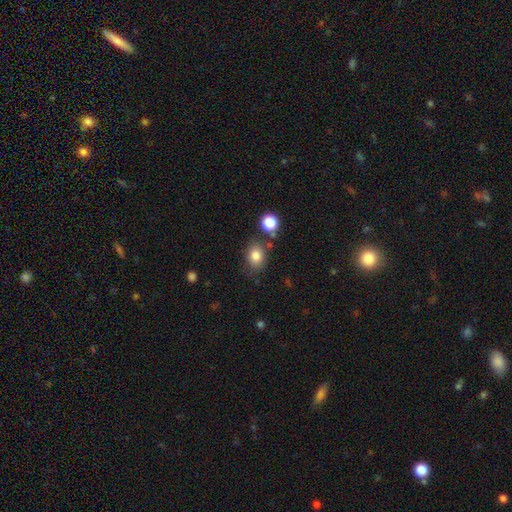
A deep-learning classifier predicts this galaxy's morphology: Q: Smooth or featured?
A: smooth (82%); runner-up: star or artifact (11%)
Q: How rounded?
A: in between (52%); runner-up: round (47%)
Q: Merging?
A: none (75%); runner-up: minor disturbance (13%)